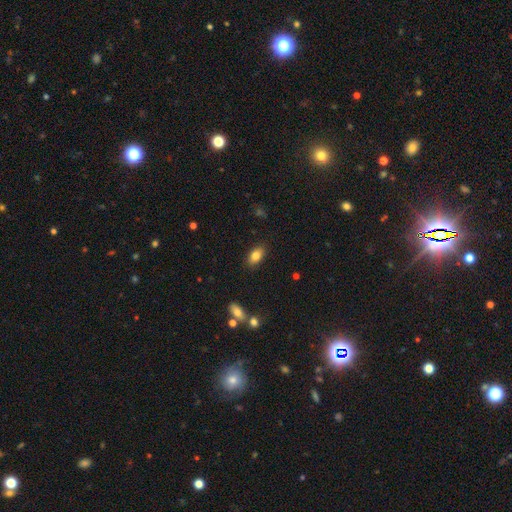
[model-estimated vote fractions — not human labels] Smooth or featured: smooth — 82% (featured or disk — 9%)
How rounded: in between — 89% (round — 7%)
Merging: none — 86% (minor disturbance — 10%)